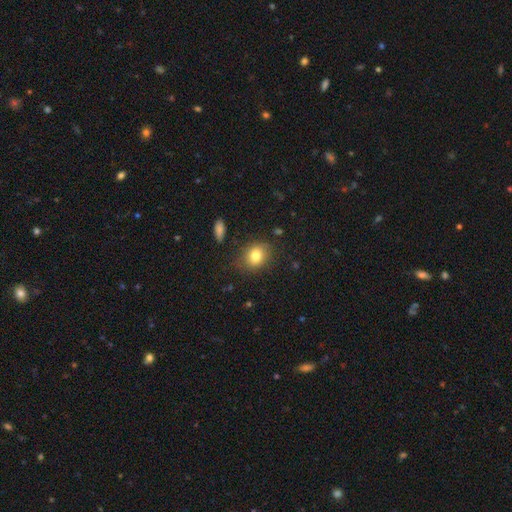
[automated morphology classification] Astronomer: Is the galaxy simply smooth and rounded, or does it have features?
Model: smooth — 80%.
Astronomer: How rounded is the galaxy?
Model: round — 51% (runner-up: in between, 48%).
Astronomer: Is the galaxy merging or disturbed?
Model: none — 79%.